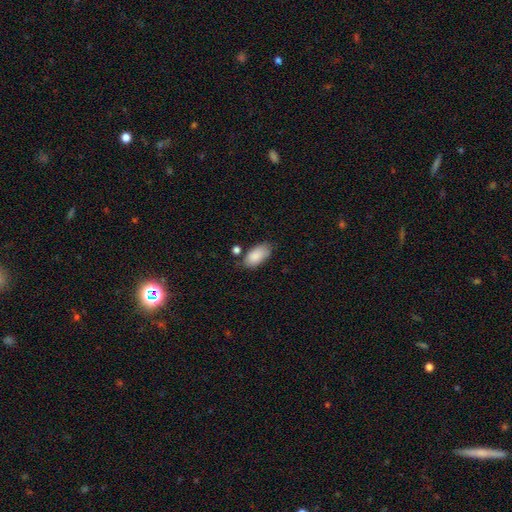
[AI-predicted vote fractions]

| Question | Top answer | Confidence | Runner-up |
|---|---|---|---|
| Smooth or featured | smooth | 87% | star or artifact (6%) |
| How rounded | in between | 94% | cigar-shaped (3%) |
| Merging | none | 67% | minor disturbance (20%) |